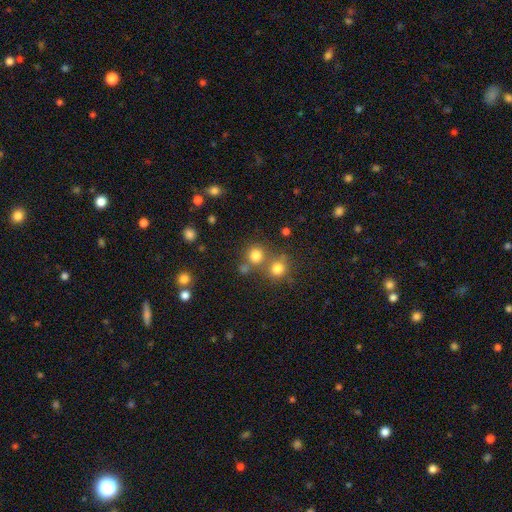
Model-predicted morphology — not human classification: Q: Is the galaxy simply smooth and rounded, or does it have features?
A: smooth — 79%.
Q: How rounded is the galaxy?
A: round — 88%.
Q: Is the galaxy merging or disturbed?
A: none — 64%.